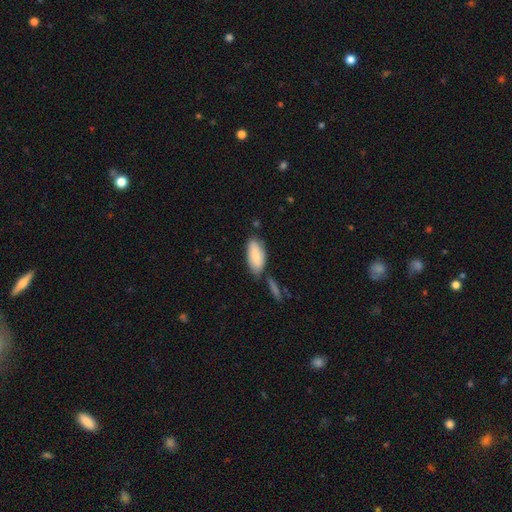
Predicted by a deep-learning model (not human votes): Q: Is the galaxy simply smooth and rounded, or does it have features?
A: smooth — 80%.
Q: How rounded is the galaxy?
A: in between — 88%.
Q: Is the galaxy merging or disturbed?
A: none — 63%.